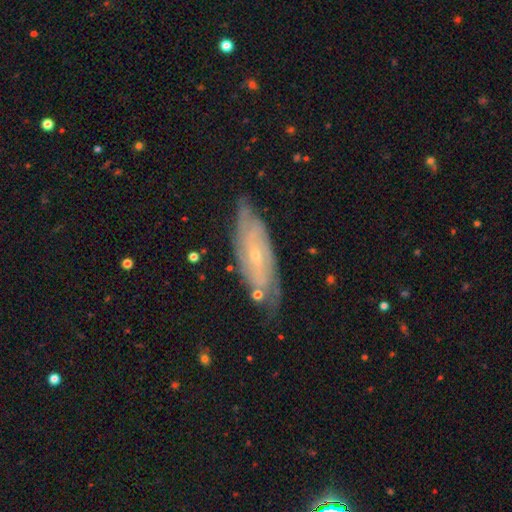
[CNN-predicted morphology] A featured or disk galaxy (79%) with no bar (56%), tight (60%) spiral arms (91%) and a small central bulge (76%).

Vote fractions:
- Smooth or featured? featured or disk: 79% / smooth: 14% / star or artifact: 7%
- Edge-on disk? no: 82% / yes: 18%
- Bar? no: 56% / weak: 34% / strong: 10%
- Spiral arms? yes: 91% / no: 9%
- Spiral winding? tight: 60% / medium: 31% / loose: 9%
- Spiral arm count? can't tell: 43% / 2: 29% / 3: 12% / 4: 8% / more than 4: 4% / 1: 4%
- Bulge size? small: 76% / moderate: 20% / none: 2% / large: 1% / dominant: 1%
- Merging? none: 71% / minor disturbance: 21% / major disturbance: 5% / merger: 3%